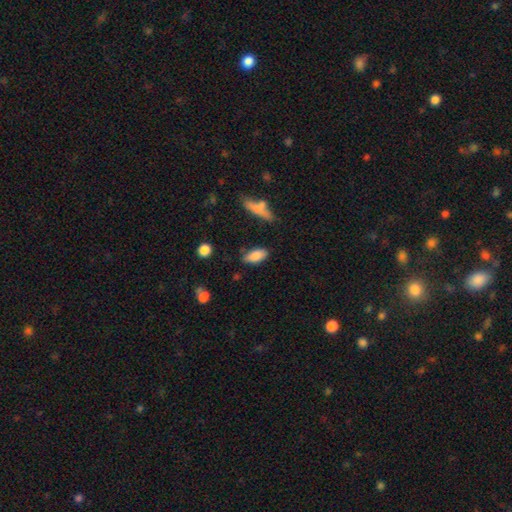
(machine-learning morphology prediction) Overall: smooth (85%). How rounded: in between (87%). Merging: none (77%).